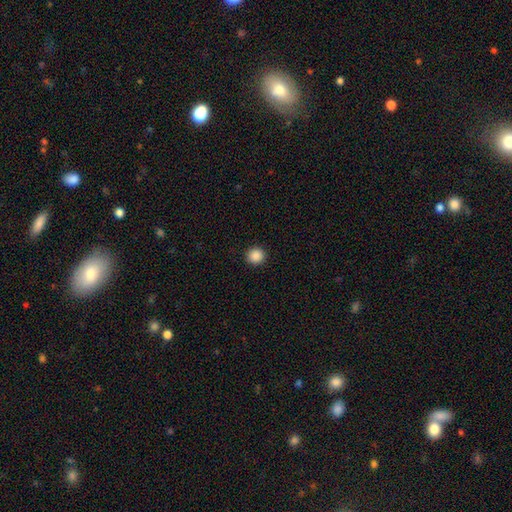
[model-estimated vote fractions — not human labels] Q: Smooth or featured?
A: smooth (88%); runner-up: star or artifact (9%)
Q: How rounded?
A: round (92%); runner-up: in between (7%)
Q: Merging?
A: none (93%); runner-up: minor disturbance (5%)